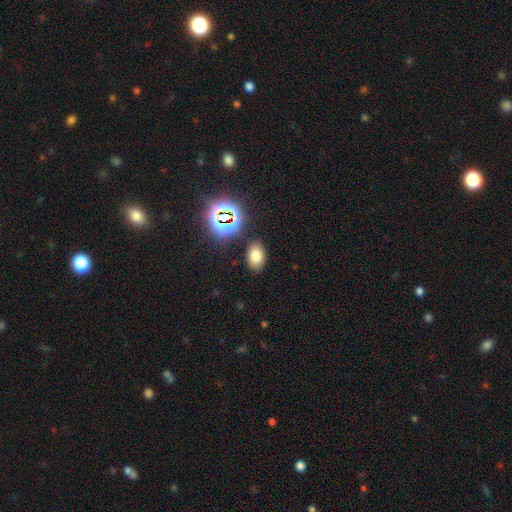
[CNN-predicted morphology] Overall: smooth (70%). How rounded: in between (86%). Merging: none (84%).